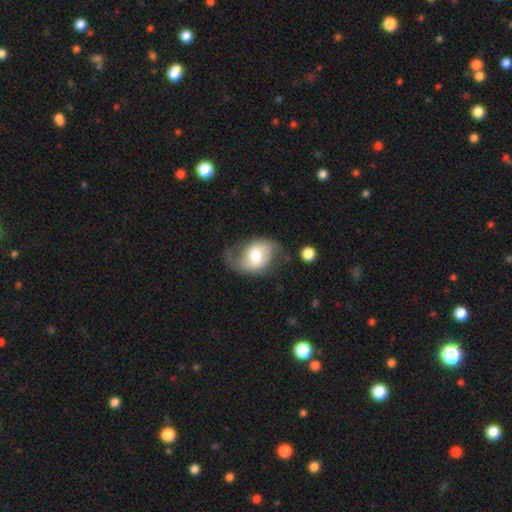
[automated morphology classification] smooth-or-featured: featured or disk: 65% | smooth: 29% | star or artifact: 6%
  disk-edge-on: no: 97% | yes: 3%
    bar: weak: 47% | no: 34% | strong: 19%
    has-spiral-arms: yes: 85% | no: 15%
      spiral-winding: loose: 56% | medium: 35% | tight: 9%
      spiral-arm-count: 2: 86% | 1: 6% | can't tell: 5% | 3: 1% | 4: 1% | more than 4: 1%
    bulge-size: moderate: 57% | large: 25% | small: 12% | dominant: 4% | none: 2%
  merging: none: 56% | minor disturbance: 24% | major disturbance: 18% | merger: 3%